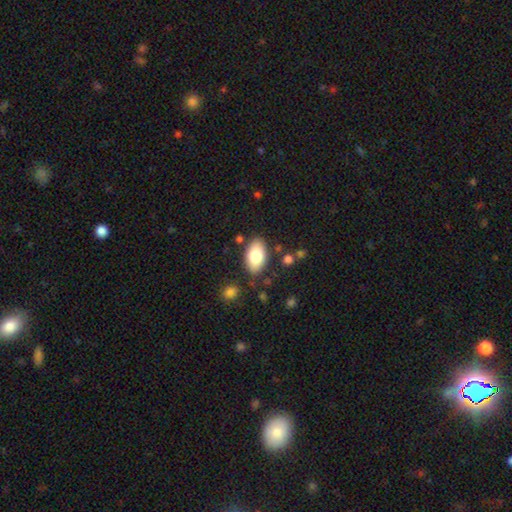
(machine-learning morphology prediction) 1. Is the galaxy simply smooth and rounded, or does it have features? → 80% smooth, 14% featured or disk, 6% star or artifact.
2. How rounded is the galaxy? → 94% in between, 4% round, 2% cigar-shaped.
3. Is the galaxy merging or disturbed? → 83% none, 11% minor disturbance, 3% merger, 3% major disturbance.